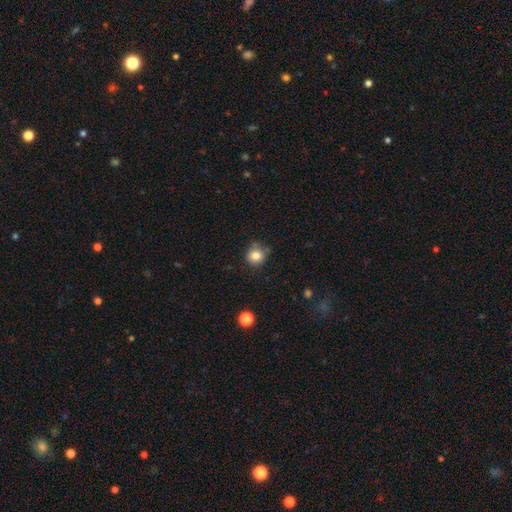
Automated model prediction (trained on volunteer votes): smooth 82%, star or artifact 11%, featured or disk 7%. Down the decision tree: how rounded — round (90%); merging — none (75%).